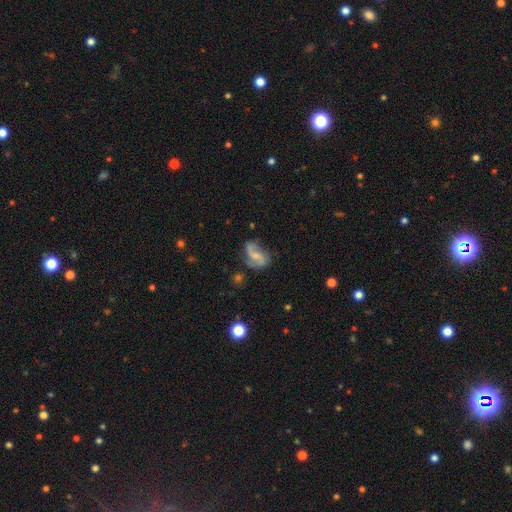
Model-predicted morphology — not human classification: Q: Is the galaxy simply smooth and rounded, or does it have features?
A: featured or disk — 73%.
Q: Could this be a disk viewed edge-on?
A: no — 97%.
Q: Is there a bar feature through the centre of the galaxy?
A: weak — 44%.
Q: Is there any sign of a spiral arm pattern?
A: yes — 91%.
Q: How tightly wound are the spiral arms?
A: loose — 59%.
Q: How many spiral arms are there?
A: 2 — 86%.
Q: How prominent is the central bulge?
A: small — 42%.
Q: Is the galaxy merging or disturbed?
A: none — 57%.